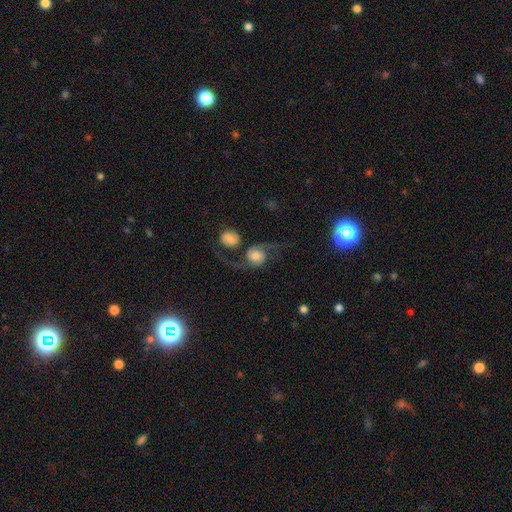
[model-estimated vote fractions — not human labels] A featured or disk galaxy (74%) with no bar (66%), 2 (92%) loose (80%) spiral arms (95%) and a moderate central bulge (38%).

Vote fractions:
- Smooth or featured? featured or disk: 74% / smooth: 19% / star or artifact: 7%
- Edge-on disk? no: 96% / yes: 4%
- Bar? no: 66% / weak: 27% / strong: 7%
- Spiral arms? yes: 95% / no: 5%
- Spiral winding? loose: 80% / medium: 16% / tight: 4%
- Spiral arm count? 2: 92% / 1: 4% / can't tell: 2% / 3: 1% / 4: 1% / more than 4: 1%
- Bulge size? moderate: 38% / large: 25% / small: 21% / dominant: 10% / none: 6%
- Merging? none: 48% / major disturbance: 19% / merger: 19% / minor disturbance: 14%